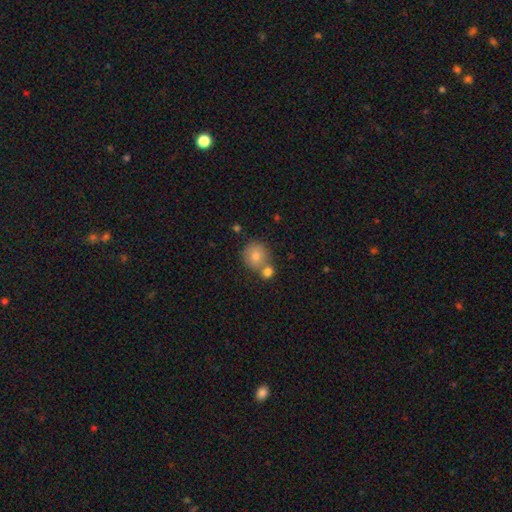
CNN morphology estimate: Overall: smooth (78%). How rounded: round (86%). Merging: none (54%; merger 33%).